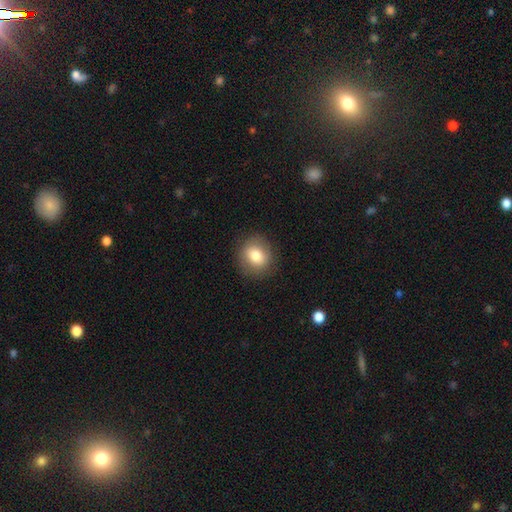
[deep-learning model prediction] smooth-or-featured: smooth: 78% | featured or disk: 13% | star or artifact: 9%
  how-rounded: round: 75% | in between: 24% | cigar-shaped: 1%
  merging: none: 87% | minor disturbance: 9% | major disturbance: 3% | merger: 1%